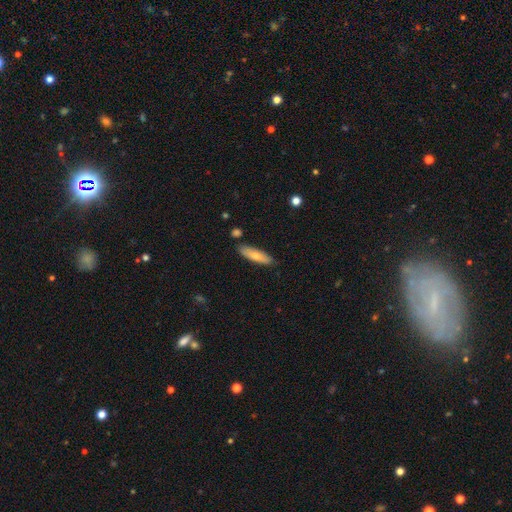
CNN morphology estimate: A smooth galaxy with no disk features (68%) that is cigar-shaped (64%). Merging: none (84%).